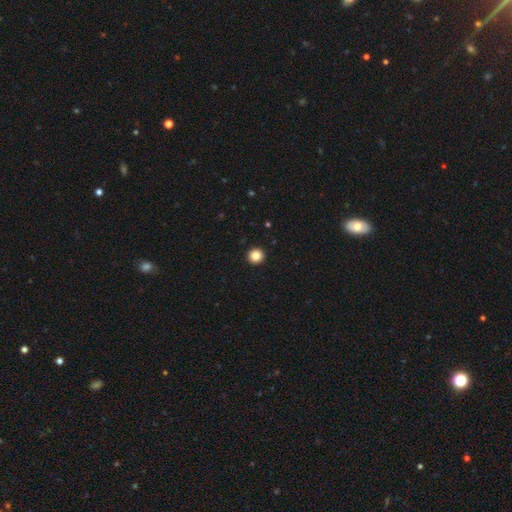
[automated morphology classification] Smooth or featured? smooth (84%)
How rounded? round (95%)
Merging? none (94%)